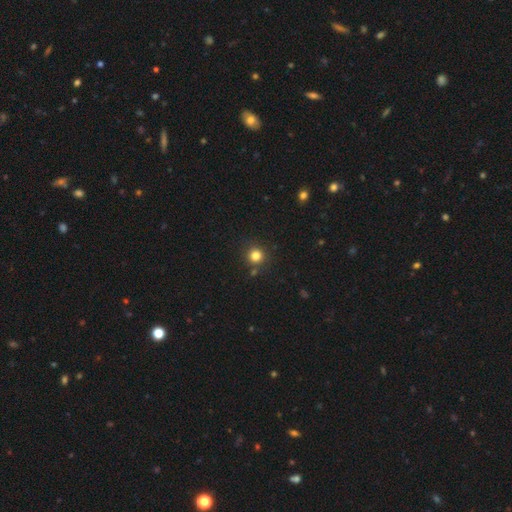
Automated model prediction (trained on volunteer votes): Smooth or featured?
  - smooth: 82% *
  - star or artifact: 13%
  - featured or disk: 5%
How rounded?
  - round: 93% *
  - in between: 6%
  - cigar-shaped: 1%
Merging?
  - none: 84% *
  - minor disturbance: 7%
  - merger: 6%
  - major disturbance: 3%